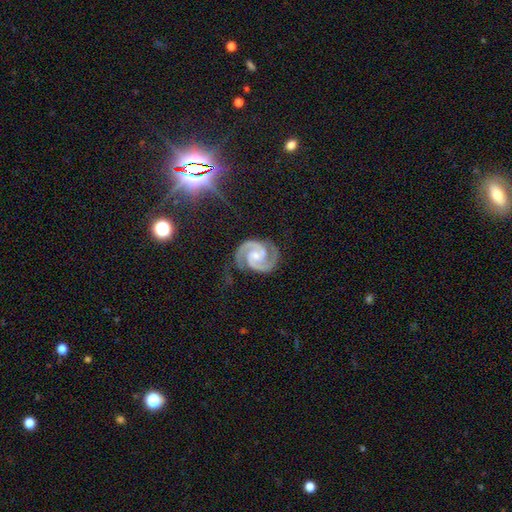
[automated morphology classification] Overall: featured or disk (93%). Edge-on disk: no (98%). Bar: no (59%; weak 31%). Spiral arms: yes (99%). Spiral arm count: 2 (94%). Spiral winding: tight (53%; medium 42%). Bulge size: small (51%; moderate 37%). Merging: none (77%).